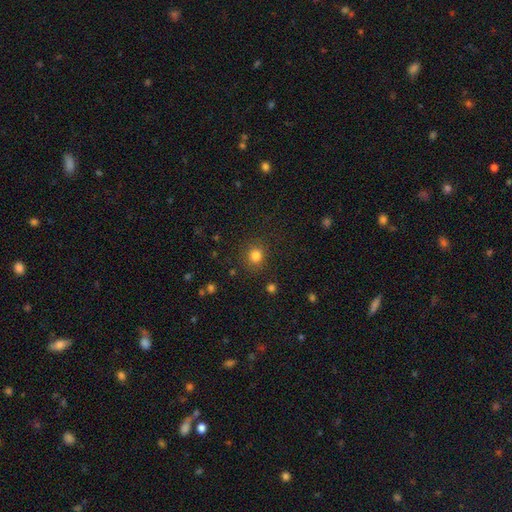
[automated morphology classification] type=smooth (82%); roundness=round (83%); merging=none (85%).